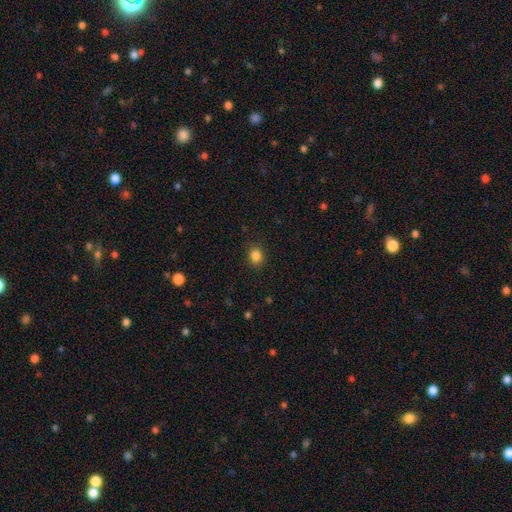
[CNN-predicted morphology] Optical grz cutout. It shows a smooth galaxy with no disk features (85%) that is round (65%). Merging: none (88%).